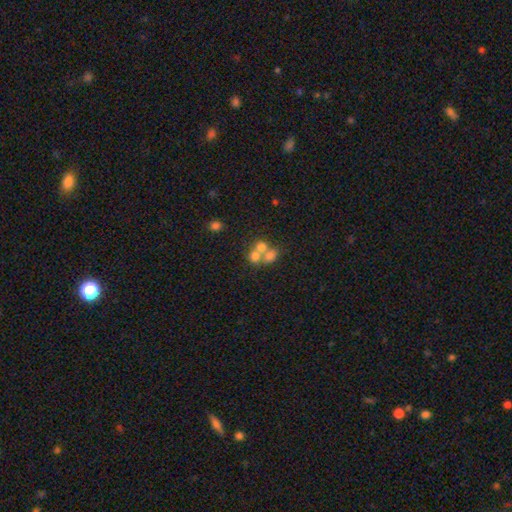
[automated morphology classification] This appears to be a smooth galaxy with no disk features (62%) that is round (67%). Merging: merger (61%).